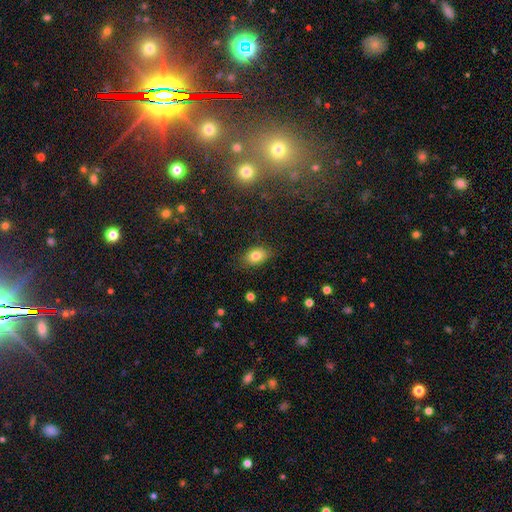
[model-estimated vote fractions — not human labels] smooth_or_featured: smooth (p=0.82) [alt: star or artifact p=0.10]
how_rounded: in between (p=0.82) [alt: round p=0.16]
merging: none (p=0.81) [alt: minor disturbance p=0.14]